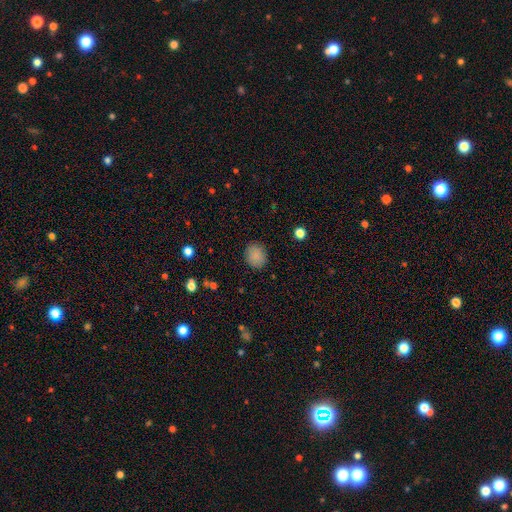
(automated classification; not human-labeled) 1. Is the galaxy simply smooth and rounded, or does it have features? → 87% smooth, 9% star or artifact, 4% featured or disk.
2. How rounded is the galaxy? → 75% round, 25% in between, 1% cigar-shaped.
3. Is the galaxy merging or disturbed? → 88% none, 9% minor disturbance, 3% major disturbance, 1% merger.